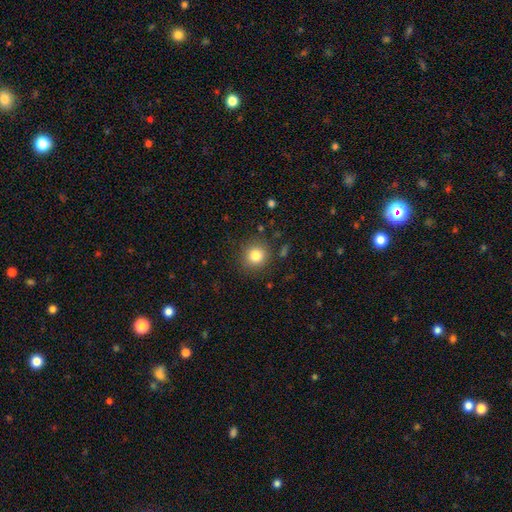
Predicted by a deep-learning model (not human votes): A smooth galaxy with no disk features (82%) that is round (91%).

Vote fractions:
- Smooth or featured? smooth: 82% / star or artifact: 11% / featured or disk: 7%
- How rounded? round: 91% / in between: 8% / cigar-shaped: 1%
- Merging? none: 87% / minor disturbance: 9% / major disturbance: 3% / merger: 2%